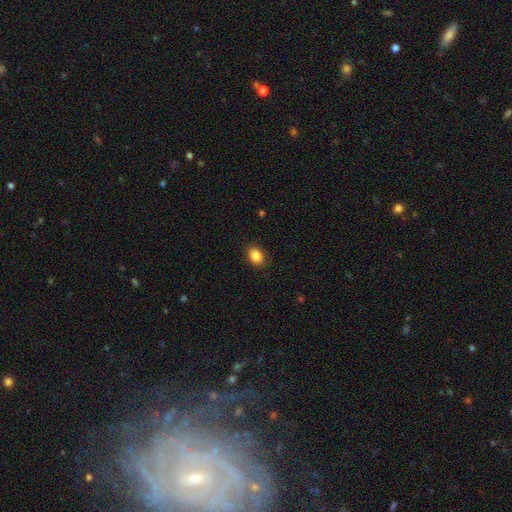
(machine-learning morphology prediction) Smooth or featured? Predicted: smooth (p=0.87). How rounded? Predicted: in between (p=0.71). Merging? Predicted: none (p=0.88).